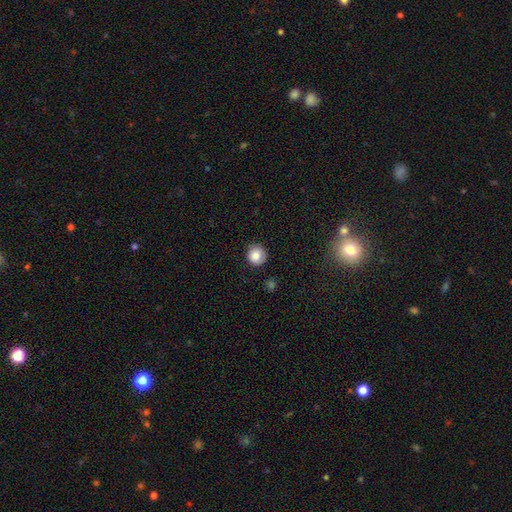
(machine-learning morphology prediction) smooth_or_featured: smooth (p=0.84) [alt: star or artifact p=0.09]
how_rounded: round (p=0.92) [alt: in between p=0.07]
merging: none (p=0.83) [alt: minor disturbance p=0.13]